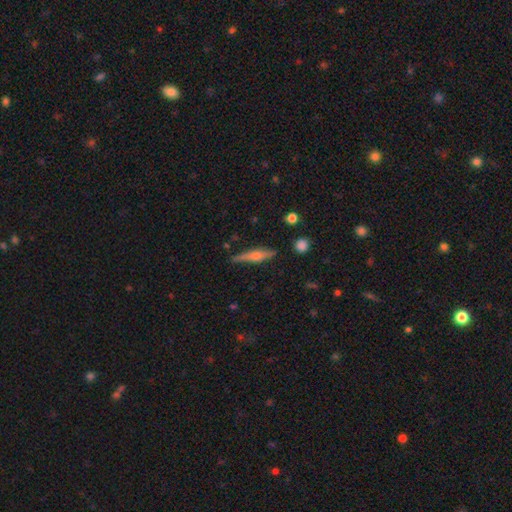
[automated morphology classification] Smooth or featured: featured or disk — 66% (smooth — 26%)
Edge-on disk: yes — 96% (no — 4%)
Edge-on bulge: rounded — 84% (boxy — 9%)
Merging: none — 84% (minor disturbance — 12%)